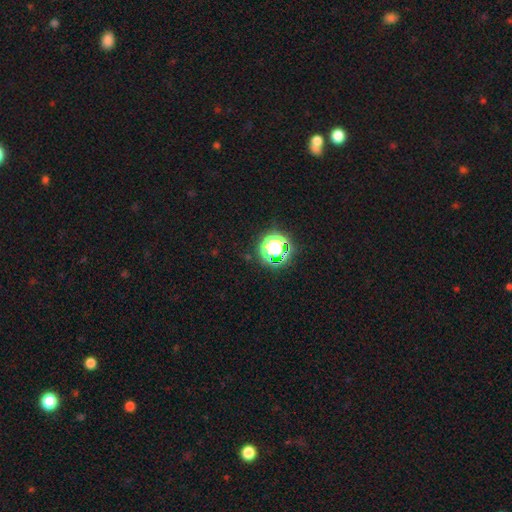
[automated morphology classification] The model was most divided on "smooth or featured": star or artifact: 74%, smooth: 19%, featured or disk: 7%.